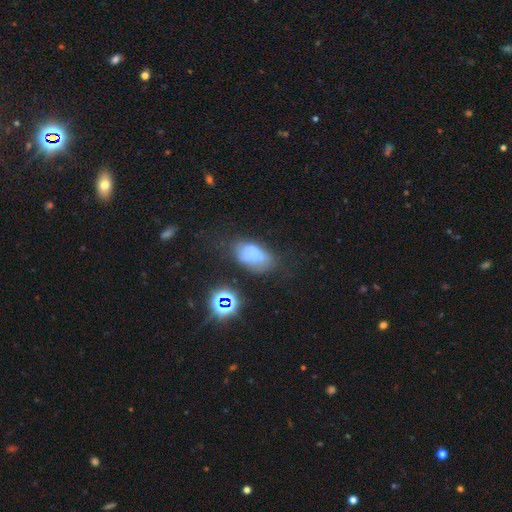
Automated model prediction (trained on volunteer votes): Smooth or featured: smooth — 56% (featured or disk — 27%)
How rounded: in between — 88% (round — 11%)
Merging: none — 47% (minor disturbance — 27%)